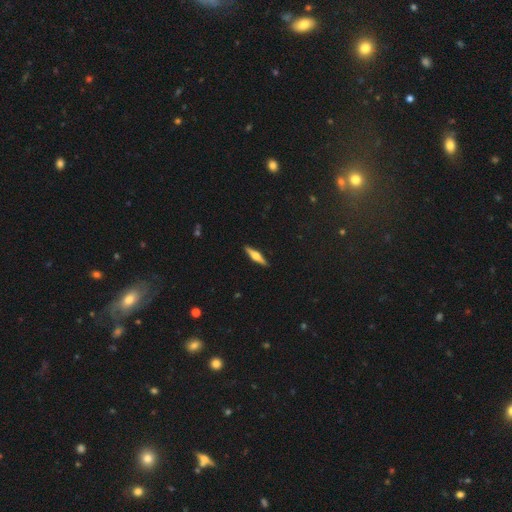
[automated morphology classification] smooth-or-featured: featured or disk: 62% | smooth: 32% | star or artifact: 6%
  disk-edge-on: yes: 96% | no: 4%
    edge-on-bulge: rounded: 91% | boxy: 6% | none: 3%
  merging: none: 91% | minor disturbance: 6% | major disturbance: 1% | merger: 1%